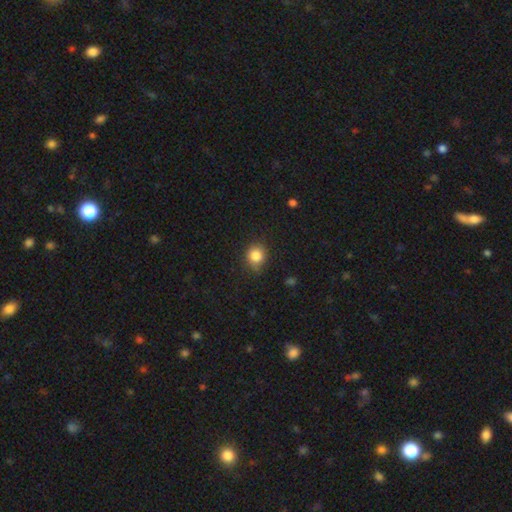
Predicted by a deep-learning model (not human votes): This is clearly a smooth galaxy (84%). How rounded: likely round (79%). Merging: likely none (76%).